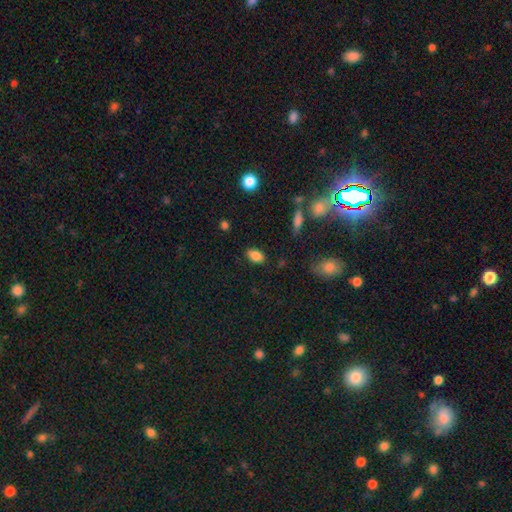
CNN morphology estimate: smooth-or-featured: smooth: 84% | star or artifact: 10% | featured or disk: 7%
  how-rounded: in between: 89% | round: 8% | cigar-shaped: 3%
  merging: none: 84% | minor disturbance: 11% | major disturbance: 3% | merger: 2%